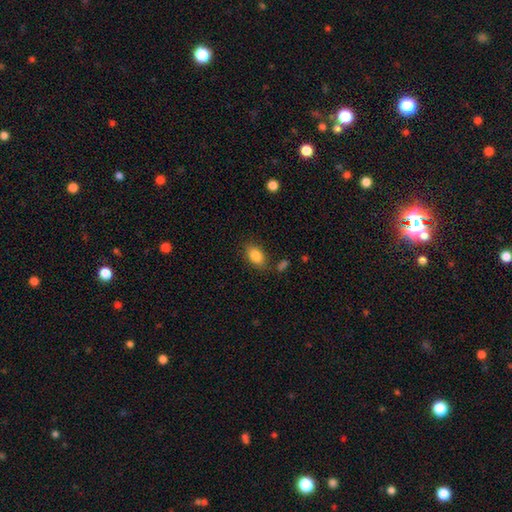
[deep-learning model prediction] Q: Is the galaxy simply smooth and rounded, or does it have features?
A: smooth — 86%.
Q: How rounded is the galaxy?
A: in between — 89%.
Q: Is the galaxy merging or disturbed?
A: none — 79%.